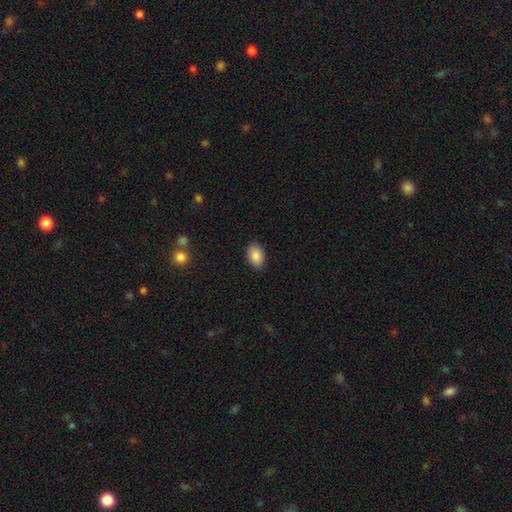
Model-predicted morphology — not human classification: This is clearly a smooth galaxy (88%). How rounded: clearly in between (86%). Merging: clearly none (88%).